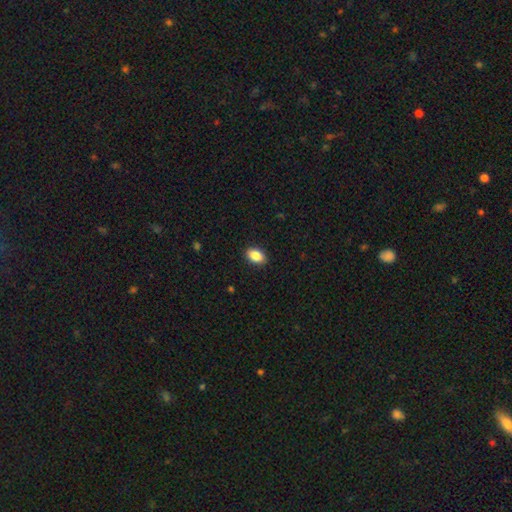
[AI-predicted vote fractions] Q: Smooth or featured?
A: smooth (88%); runner-up: star or artifact (8%)
Q: How rounded?
A: in between (88%); runner-up: round (10%)
Q: Merging?
A: none (90%); runner-up: minor disturbance (7%)